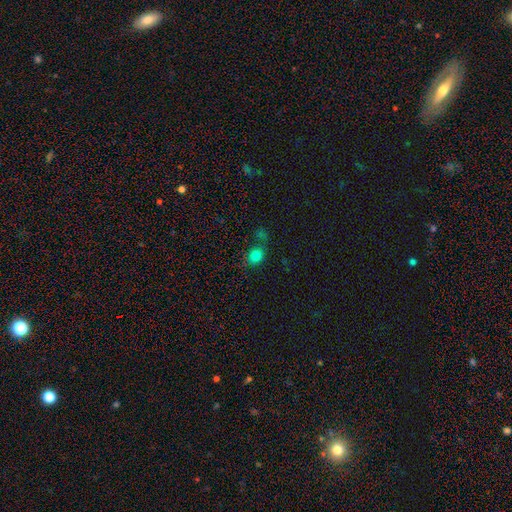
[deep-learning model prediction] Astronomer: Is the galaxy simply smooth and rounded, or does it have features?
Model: smooth — 79%.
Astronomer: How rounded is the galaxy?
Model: round — 67%.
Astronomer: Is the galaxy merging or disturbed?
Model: none — 56%.